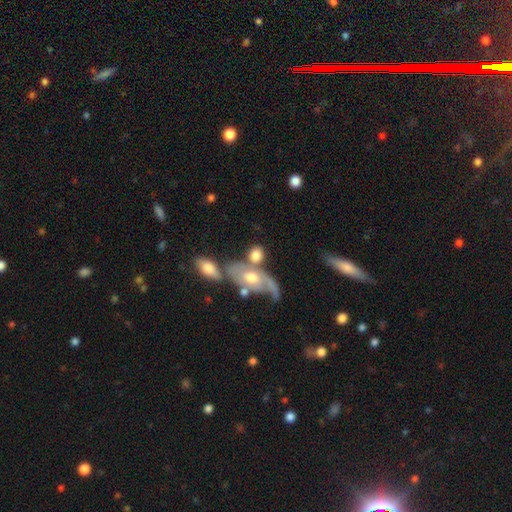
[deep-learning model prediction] smooth_or_featured: smooth (p=0.55) [alt: featured or disk p=0.37]
how_rounded: in between (p=0.65) [alt: round p=0.29]
merging: merger (p=0.42) [alt: none p=0.30]